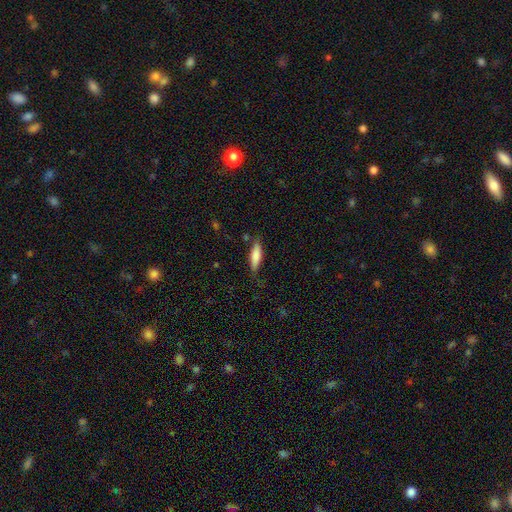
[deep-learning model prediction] smooth-or-featured: smooth: 75% | featured or disk: 19% | star or artifact: 6%
  how-rounded: cigar-shaped: 59% | in between: 39% | round: 2%
  merging: none: 69% | minor disturbance: 22% | major disturbance: 6% | merger: 3%